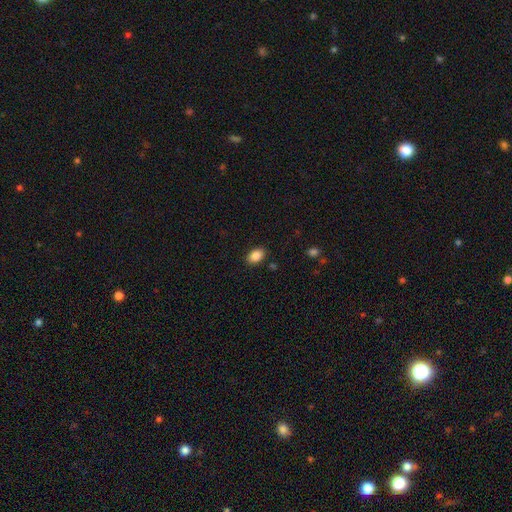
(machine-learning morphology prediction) Overall: smooth (87%). How rounded: in between (84%). Merging: none (88%).